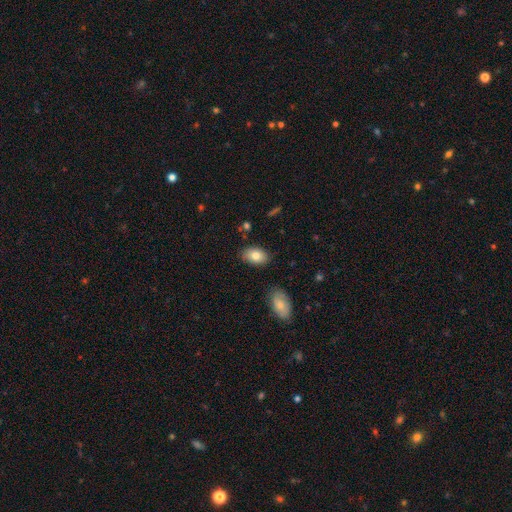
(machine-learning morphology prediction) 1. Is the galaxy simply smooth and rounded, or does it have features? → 81% smooth, 11% featured or disk, 7% star or artifact.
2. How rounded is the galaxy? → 90% in between, 8% round, 1% cigar-shaped.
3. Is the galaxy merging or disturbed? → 83% none, 12% minor disturbance, 2% major disturbance, 2% merger.